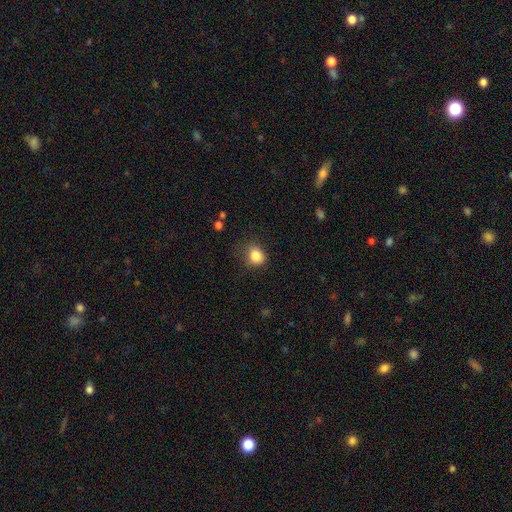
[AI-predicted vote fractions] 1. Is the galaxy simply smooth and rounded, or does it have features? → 84% smooth, 11% star or artifact, 5% featured or disk.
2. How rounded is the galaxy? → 68% round, 31% in between, 1% cigar-shaped.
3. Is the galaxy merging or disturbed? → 68% none, 23% minor disturbance, 7% major disturbance, 2% merger.